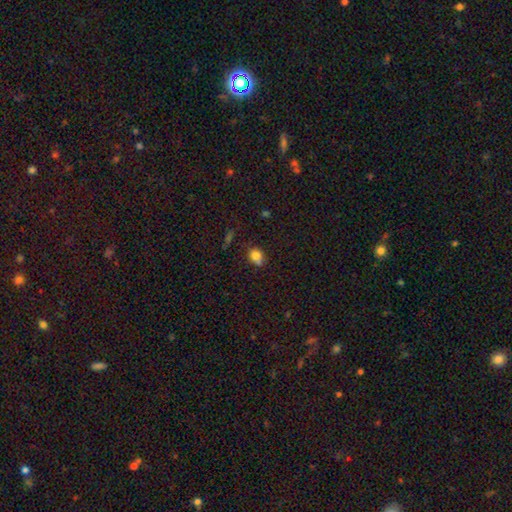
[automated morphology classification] Q: Smooth or featured?
A: smooth (79%); runner-up: star or artifact (12%)
Q: How rounded?
A: round (64%); runner-up: in between (35%)
Q: Merging?
A: none (55%); runner-up: minor disturbance (22%)